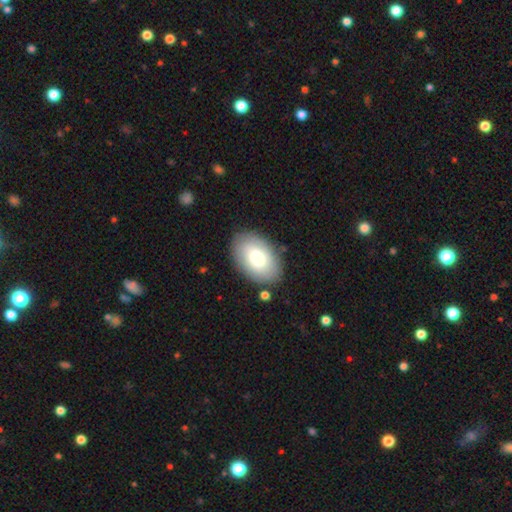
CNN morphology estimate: smooth_or_featured: smooth (p=0.74) [alt: featured or disk p=0.19]
how_rounded: in between (p=0.91) [alt: round p=0.08]
merging: none (p=0.85) [alt: minor disturbance p=0.10]